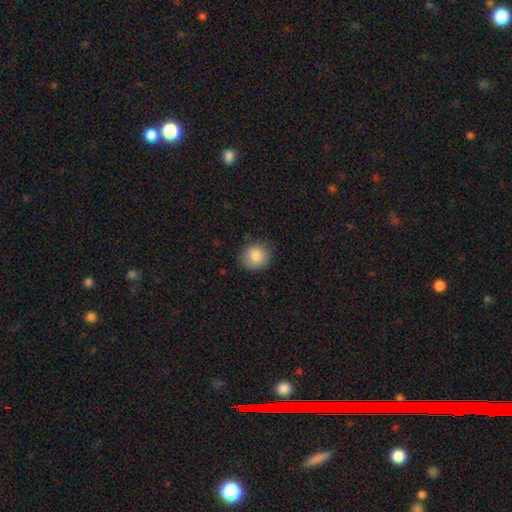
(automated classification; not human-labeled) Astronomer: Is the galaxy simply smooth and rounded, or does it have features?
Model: smooth — 85%.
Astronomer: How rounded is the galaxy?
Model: round — 88%.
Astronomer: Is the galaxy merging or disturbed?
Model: none — 84%.